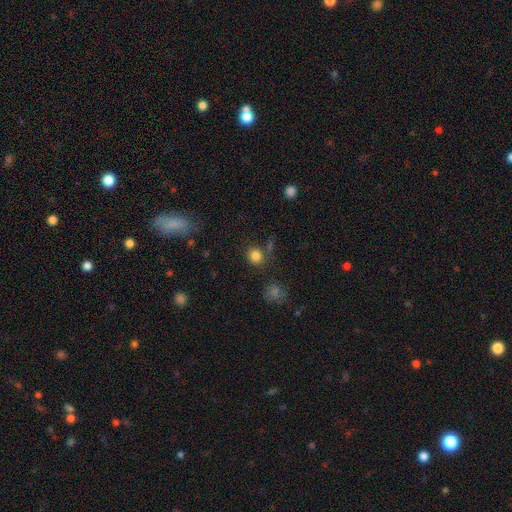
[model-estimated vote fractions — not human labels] A smooth galaxy with no disk features (82%) that is round (85%).

Vote fractions:
- Smooth or featured? smooth: 82% / star or artifact: 13% / featured or disk: 5%
- How rounded? round: 85% / in between: 14% / cigar-shaped: 1%
- Merging? none: 77% / minor disturbance: 11% / merger: 8% / major disturbance: 4%